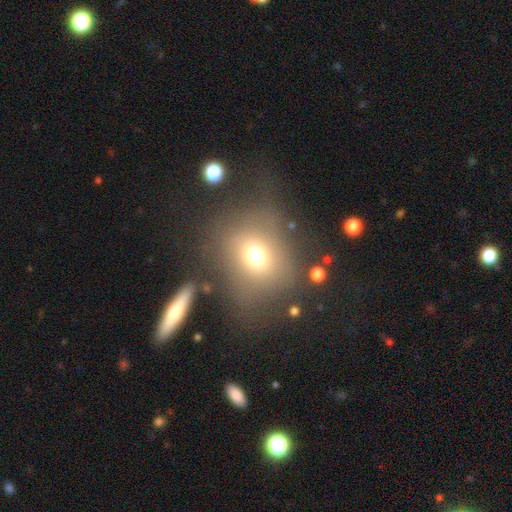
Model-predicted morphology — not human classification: Q: Smooth or featured?
A: smooth (67%); runner-up: featured or disk (17%)
Q: How rounded?
A: round (63%); runner-up: in between (36%)
Q: Merging?
A: none (59%); runner-up: minor disturbance (18%)